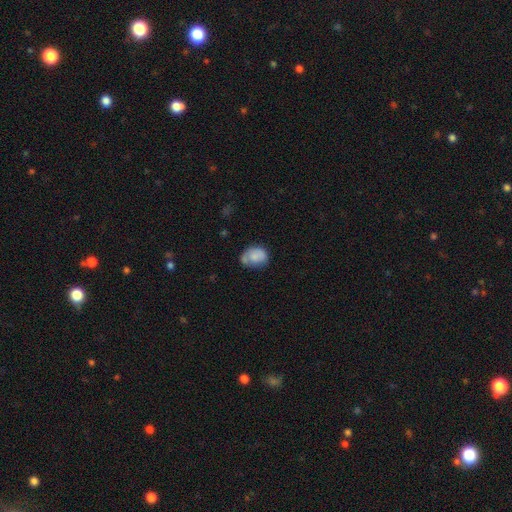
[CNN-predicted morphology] smooth 72%, featured or disk 20%, star or artifact 8%. Down the decision tree: how rounded — in between (62%); merging — none (50%).